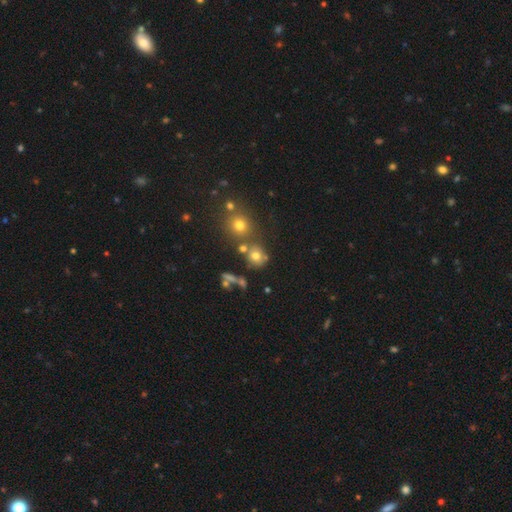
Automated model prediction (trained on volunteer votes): The model was most divided on "merging": none: 62%, merger: 20%, minor disturbance: 12%, major disturbance: 6%. More confident: how rounded — round (78%); smooth or featured — smooth (69%).